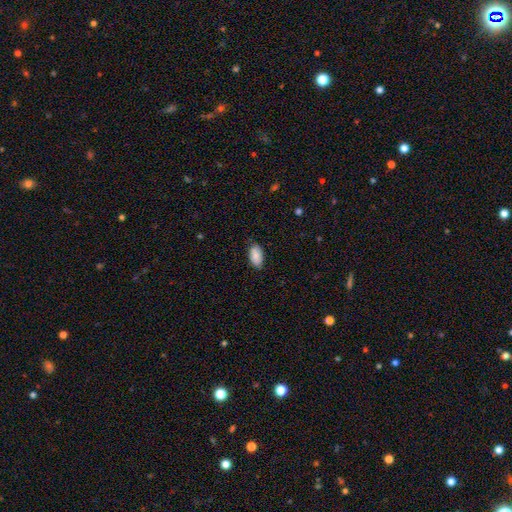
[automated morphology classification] Smooth or featured?
  - smooth: 86% *
  - featured or disk: 8%
  - star or artifact: 6%
How rounded?
  - in between: 94% *
  - round: 3%
  - cigar-shaped: 3%
Merging?
  - none: 82% *
  - minor disturbance: 14%
  - major disturbance: 2%
  - merger: 1%